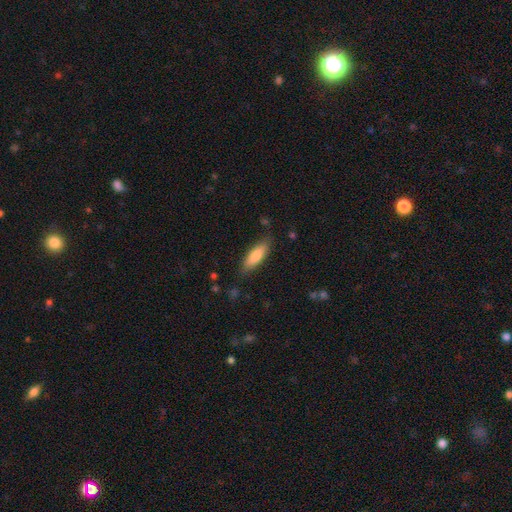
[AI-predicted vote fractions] Smooth or featured? smooth (80%)
How rounded? in between (56%)
Merging? none (80%)